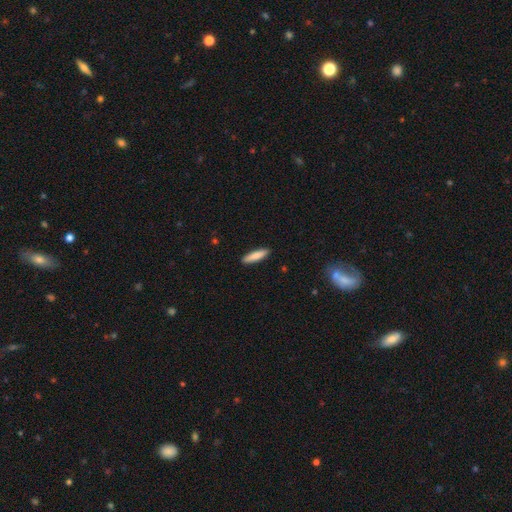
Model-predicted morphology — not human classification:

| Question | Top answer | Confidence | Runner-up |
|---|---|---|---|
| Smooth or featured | smooth | 84% | featured or disk (10%) |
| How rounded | cigar-shaped | 77% | in between (22%) |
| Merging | none | 91% | minor disturbance (6%) |